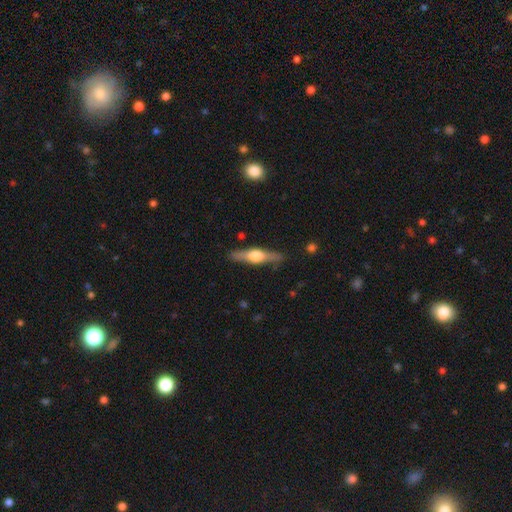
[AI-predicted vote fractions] Smooth or featured?
  - featured or disk: 66% *
  - smooth: 29%
  - star or artifact: 5%
Edge-on disk?
  - yes: 96% *
  - no: 4%
Edge-on bulge?
  - rounded: 94% *
  - boxy: 4%
  - none: 2%
Merging?
  - none: 88% *
  - minor disturbance: 8%
  - major disturbance: 2%
  - merger: 1%